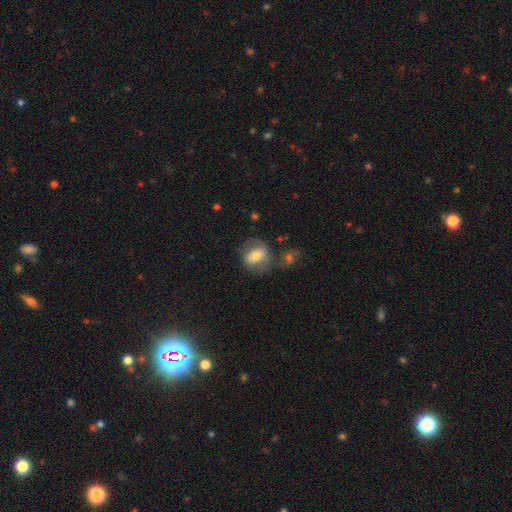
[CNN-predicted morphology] Smooth or featured: smooth — 59% (featured or disk — 33%)
How rounded: in between — 51% (round — 47%)
Merging: none — 51% (merger — 19%)